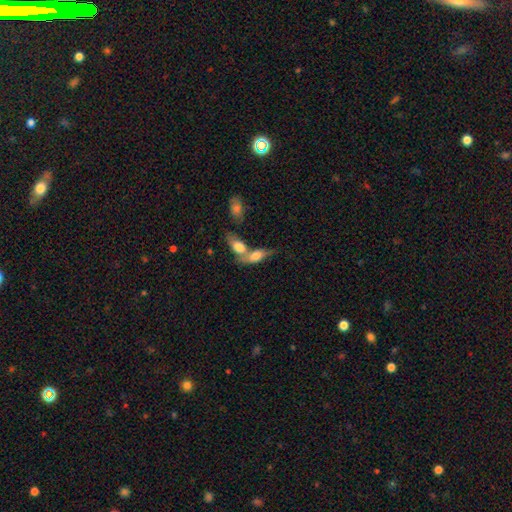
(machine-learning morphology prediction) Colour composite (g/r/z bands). It shows a smooth galaxy with no disk features (64%) that is in between round and cigar-shaped (75%). Merging: merger (63%).